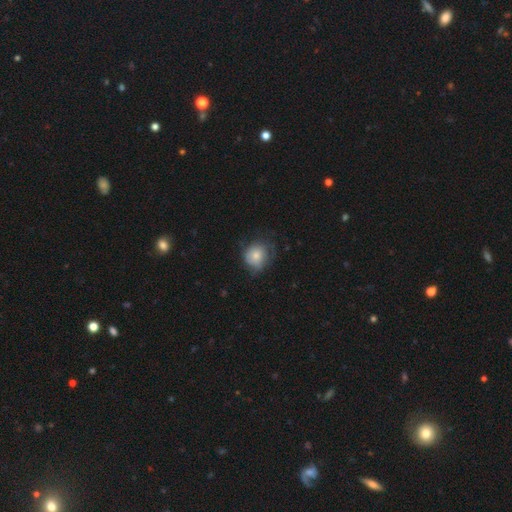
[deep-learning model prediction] The model was most divided on "merging": none: 56%, minor disturbance: 30%, major disturbance: 13%, merger: 1%. More confident: how rounded — round (78%); smooth or featured — smooth (74%).